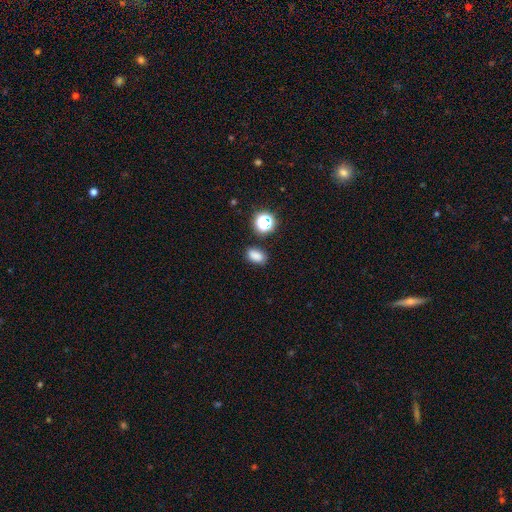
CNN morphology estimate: smooth_or_featured: smooth (p=0.80) [alt: star or artifact p=0.15]
how_rounded: in between (p=0.83) [alt: round p=0.15]
merging: none (p=0.82) [alt: minor disturbance p=0.12]